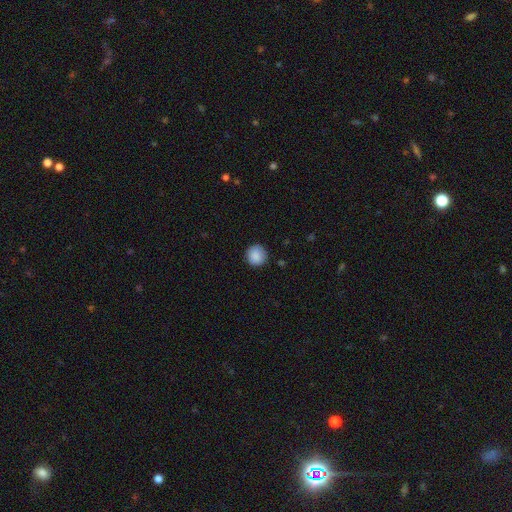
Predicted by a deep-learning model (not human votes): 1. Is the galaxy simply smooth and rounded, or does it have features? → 88% smooth, 8% star or artifact, 4% featured or disk.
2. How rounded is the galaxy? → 94% round, 5% in between, 1% cigar-shaped.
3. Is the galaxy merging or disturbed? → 89% none, 8% minor disturbance, 2% major disturbance, 1% merger.